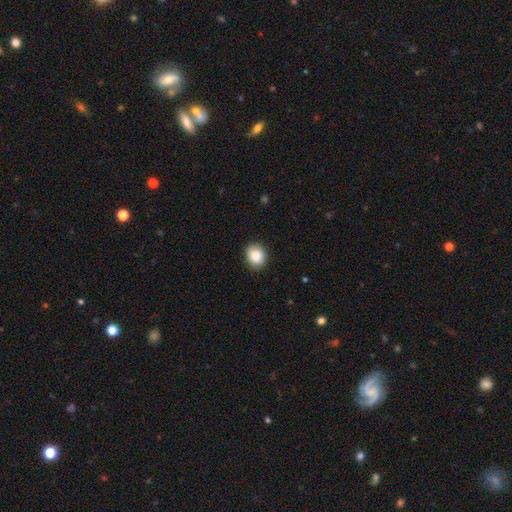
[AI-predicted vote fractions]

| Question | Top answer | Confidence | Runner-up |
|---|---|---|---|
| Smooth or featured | smooth | 87% | star or artifact (8%) |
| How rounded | round | 62% | in between (37%) |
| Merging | none | 85% | minor disturbance (12%) |